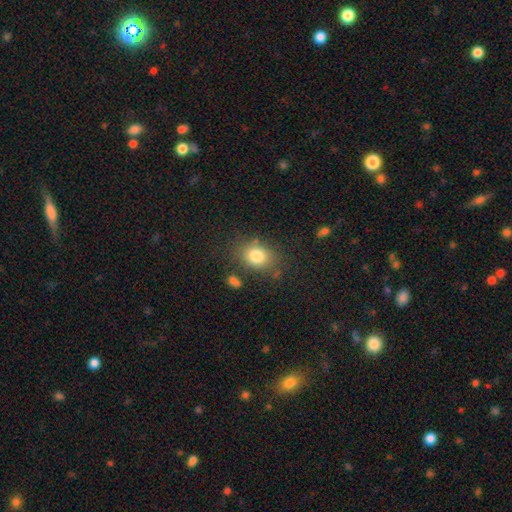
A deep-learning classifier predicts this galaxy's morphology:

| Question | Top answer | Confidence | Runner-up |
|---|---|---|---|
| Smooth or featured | smooth | 81% | star or artifact (10%) |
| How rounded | in between | 56% | round (43%) |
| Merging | none | 73% | minor disturbance (16%) |